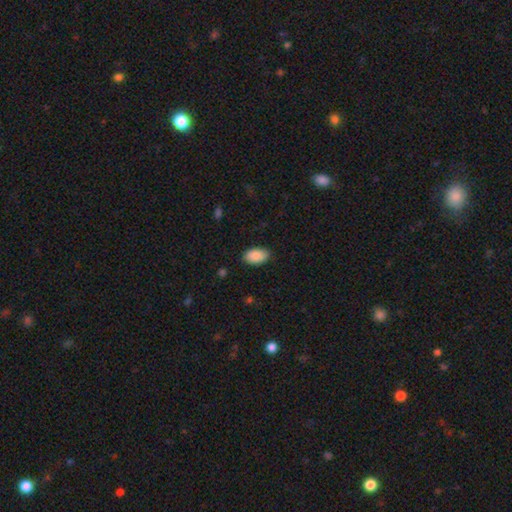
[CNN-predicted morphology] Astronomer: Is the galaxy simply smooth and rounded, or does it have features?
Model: smooth — 90%.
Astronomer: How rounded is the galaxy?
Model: in between — 95%.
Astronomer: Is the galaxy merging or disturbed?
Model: none — 86%.